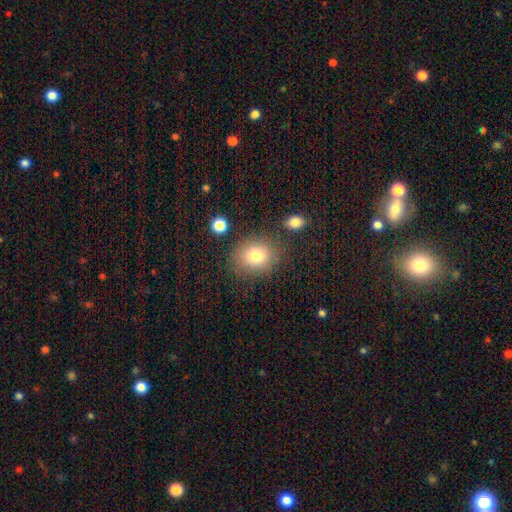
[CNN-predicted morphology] Overall: smooth (78%). How rounded: round (61%; in between 38%). Merging: none (78%).